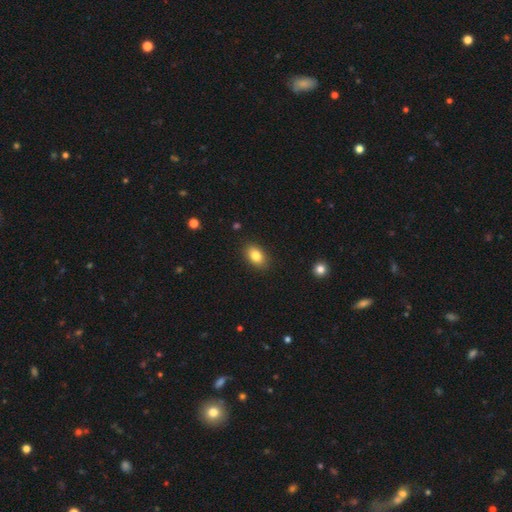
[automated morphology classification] Overall: smooth (84%). How rounded: in between (86%). Merging: none (88%).